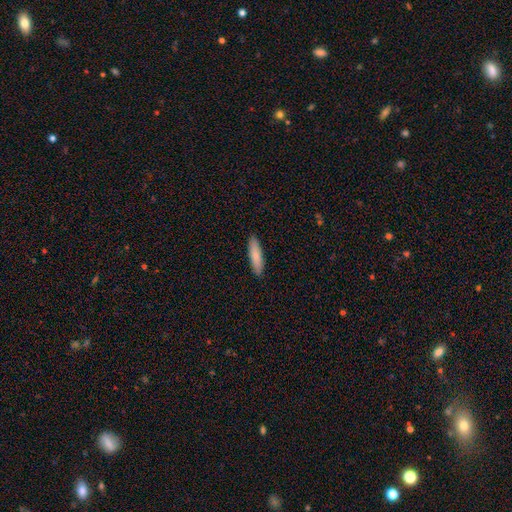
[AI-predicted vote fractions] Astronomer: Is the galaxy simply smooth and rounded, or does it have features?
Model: smooth — 85%.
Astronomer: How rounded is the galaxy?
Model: cigar-shaped — 69%.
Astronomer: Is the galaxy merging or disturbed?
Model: none — 90%.